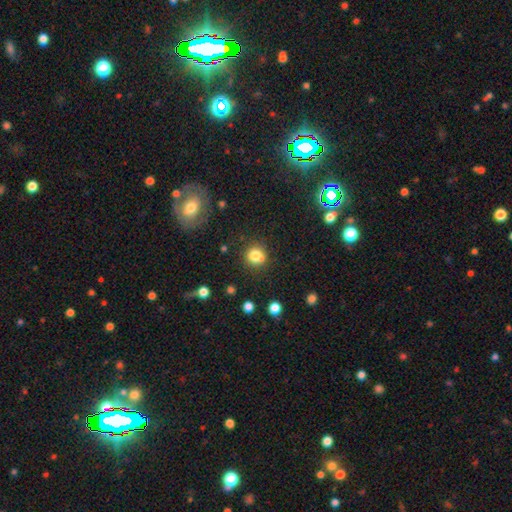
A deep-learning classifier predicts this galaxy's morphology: This appears to be a smooth galaxy with no disk features (80%) that is round (83%). Merging: none (70%).